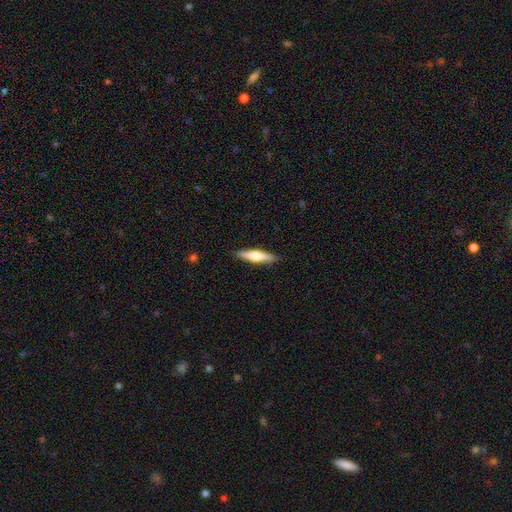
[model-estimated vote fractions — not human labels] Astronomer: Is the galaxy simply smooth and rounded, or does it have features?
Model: smooth — 48% (runner-up: featured or disk, 46%).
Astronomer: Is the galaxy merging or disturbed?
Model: none — 89%.